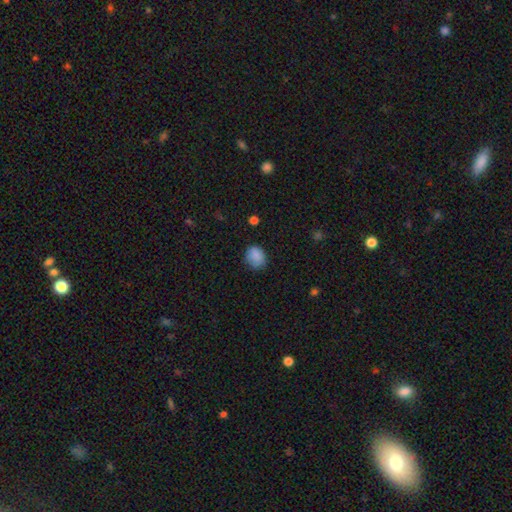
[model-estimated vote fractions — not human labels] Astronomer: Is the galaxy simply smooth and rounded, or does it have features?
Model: smooth — 86%.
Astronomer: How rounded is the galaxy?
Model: round — 57% (runner-up: in between, 42%).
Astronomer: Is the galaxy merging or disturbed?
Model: none — 71%.